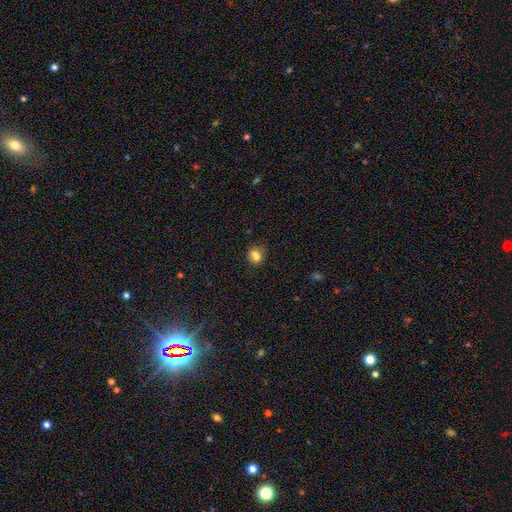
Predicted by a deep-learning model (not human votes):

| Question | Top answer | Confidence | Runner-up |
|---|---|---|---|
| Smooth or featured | smooth | 77% | star or artifact (14%) |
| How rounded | round | 54% | in between (45%) |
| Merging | none | 63% | minor disturbance (19%) |